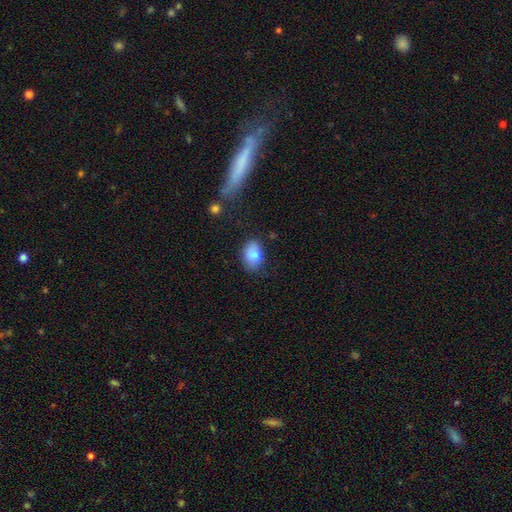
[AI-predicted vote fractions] Morphology: type=smooth (84%); roundness=in between (81%); merging=none (71%).